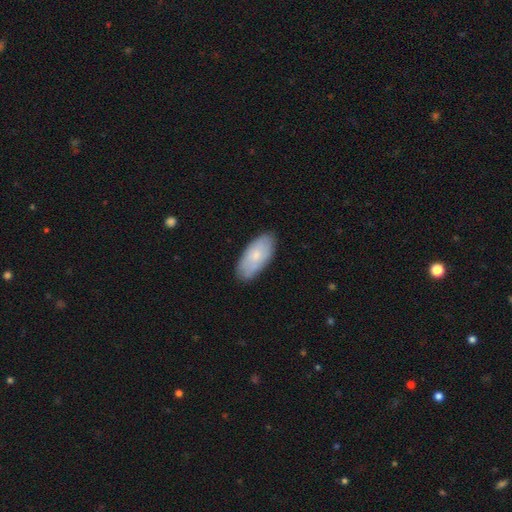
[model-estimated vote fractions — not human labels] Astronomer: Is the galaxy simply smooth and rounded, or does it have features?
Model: smooth — 68%.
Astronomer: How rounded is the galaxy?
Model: in between — 92%.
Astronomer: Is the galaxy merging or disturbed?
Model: none — 79%.